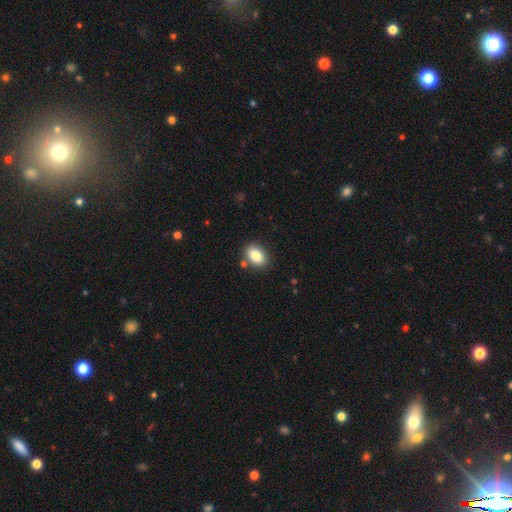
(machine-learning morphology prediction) smooth-or-featured: smooth: 83% | star or artifact: 8% | featured or disk: 8%
  how-rounded: in between: 81% | round: 18% | cigar-shaped: 1%
  merging: none: 84% | minor disturbance: 10% | merger: 4% | major disturbance: 2%